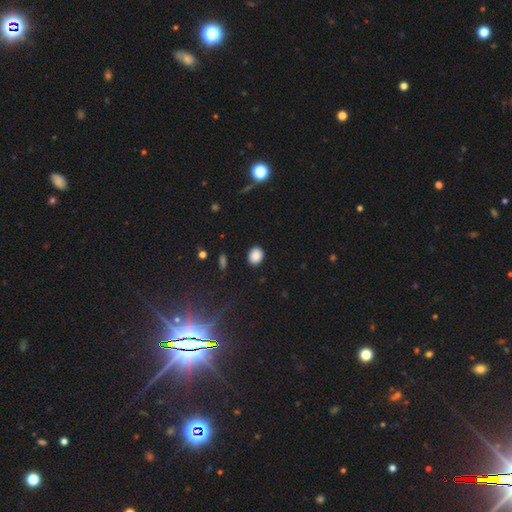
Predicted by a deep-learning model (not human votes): This is clearly a smooth galaxy (86%). How rounded: possibly round (56%). Merging: clearly none (89%).